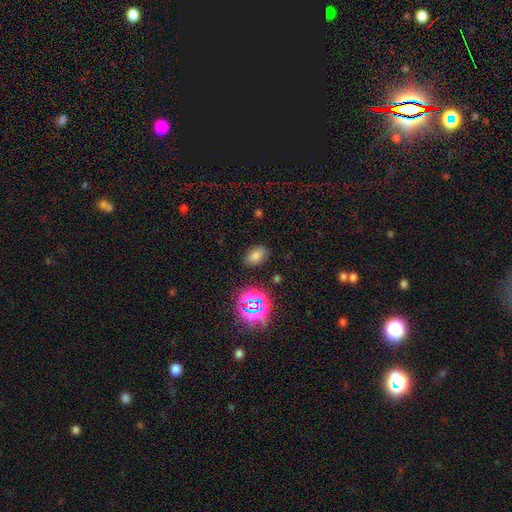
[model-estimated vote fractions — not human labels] This is likely a smooth galaxy (72%). How rounded: clearly in between (84%). Merging: clearly none (84%).